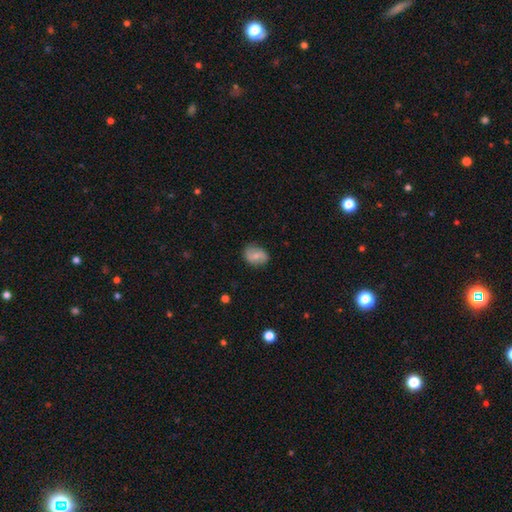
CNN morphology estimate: smooth-or-featured: smooth: 51% | featured or disk: 41% | star or artifact: 8%
  how-rounded: in between: 67% | round: 32% | cigar-shaped: 1%
  merging: none: 79% | minor disturbance: 16% | major disturbance: 4% | merger: 1%